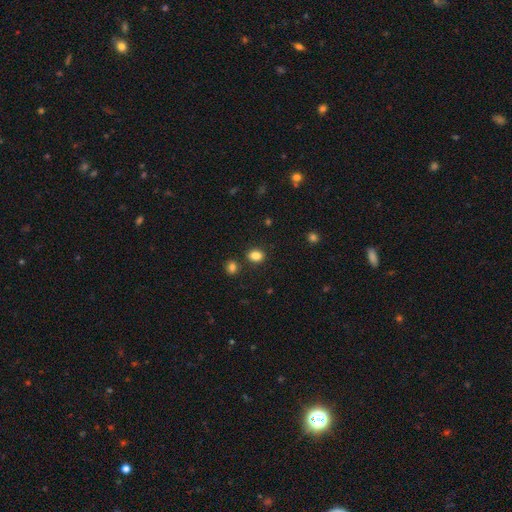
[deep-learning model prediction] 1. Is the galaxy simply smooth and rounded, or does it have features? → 85% smooth, 11% star or artifact, 4% featured or disk.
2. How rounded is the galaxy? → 60% in between, 39% round, 1% cigar-shaped.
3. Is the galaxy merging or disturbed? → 82% none, 9% minor disturbance, 6% merger, 3% major disturbance.